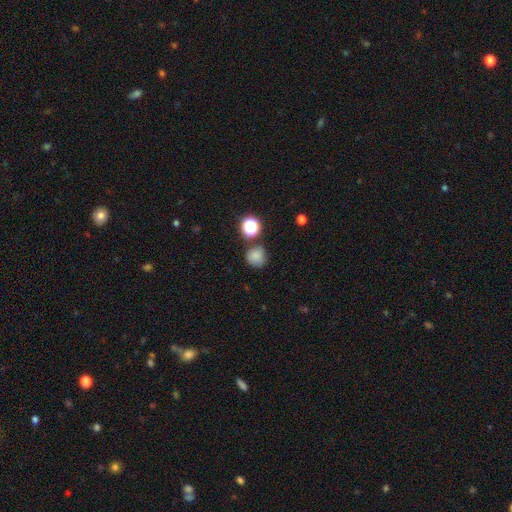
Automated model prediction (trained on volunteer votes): Smooth or featured: smooth — 77% (star or artifact — 16%)
How rounded: round — 88% (in between — 11%)
Merging: none — 70% (minor disturbance — 15%)